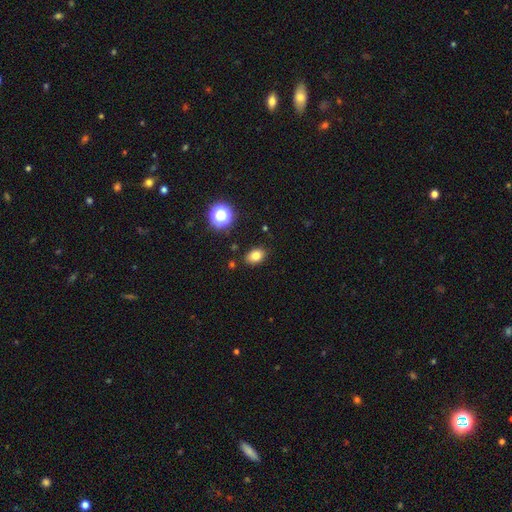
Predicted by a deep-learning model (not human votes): Smooth or featured? Predicted: smooth (p=0.79). How rounded? Predicted: in between (p=0.79). Merging? Predicted: none (p=0.86).